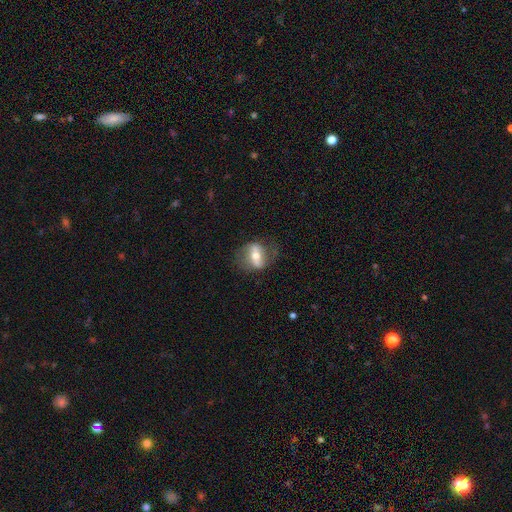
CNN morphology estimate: The model was most divided on "smooth or featured": featured or disk: 57%, smooth: 36%, star or artifact: 7%. More confident: edge-on disk — no (84%); merging — none (65%).